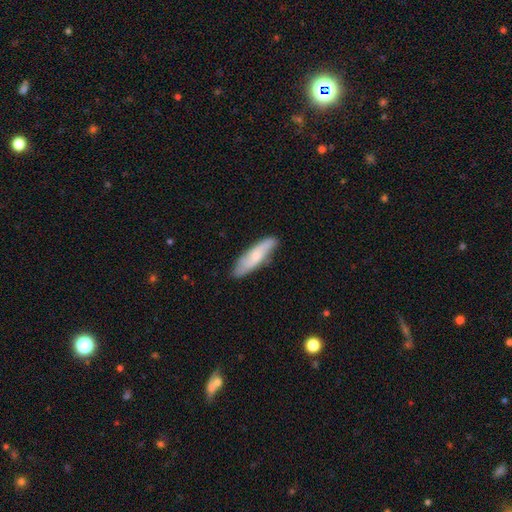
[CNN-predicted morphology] Smooth or featured? Predicted: smooth (p=0.53). How rounded? Predicted: cigar-shaped (p=0.64). Merging? Predicted: none (p=0.81).